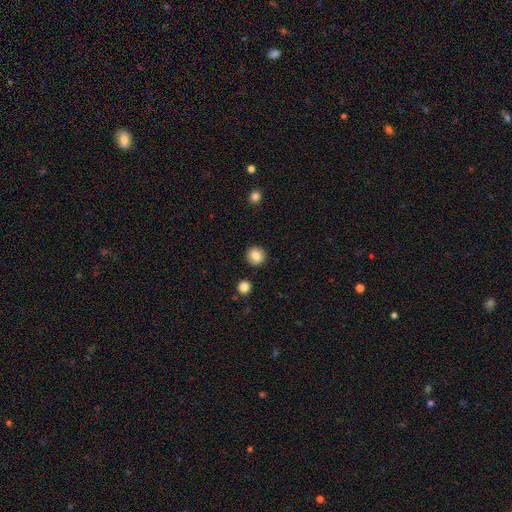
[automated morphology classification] Smooth or featured? smooth (85%)
How rounded? round (91%)
Merging? none (92%)